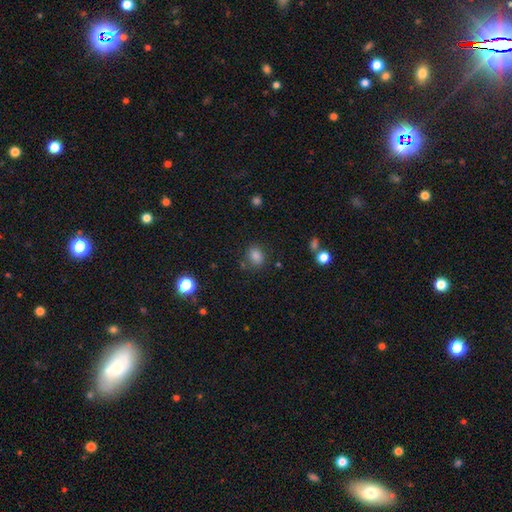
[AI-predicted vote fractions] This appears to be a smooth galaxy with no disk features (82%) that is in between round and cigar-shaped (53%). Merging: none (77%).